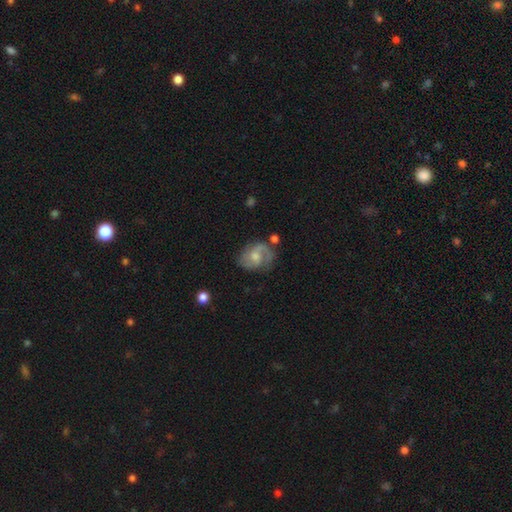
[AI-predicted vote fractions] featured or disk 64%, smooth 29%, star or artifact 7%. Down the decision tree: edge-on disk — no (97%); bar — no (54%); spiral arms — yes (85%); spiral arm count — 2 (68%); spiral winding — medium (48%); bulge size — moderate (51%); merging — none (57%).